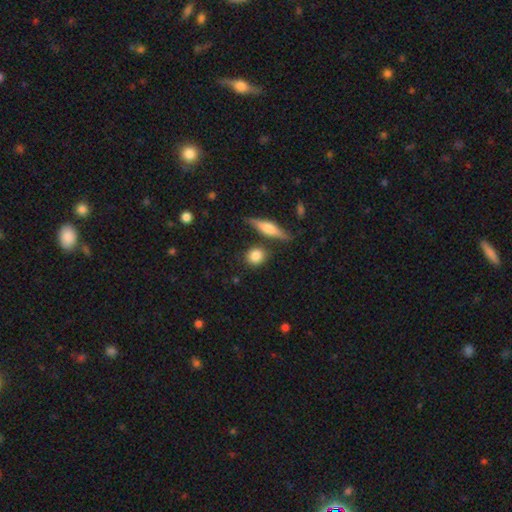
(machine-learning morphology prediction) smooth 81%, featured or disk 12%, star or artifact 7%. Down the decision tree: how rounded — round (73%); merging — none (77%).